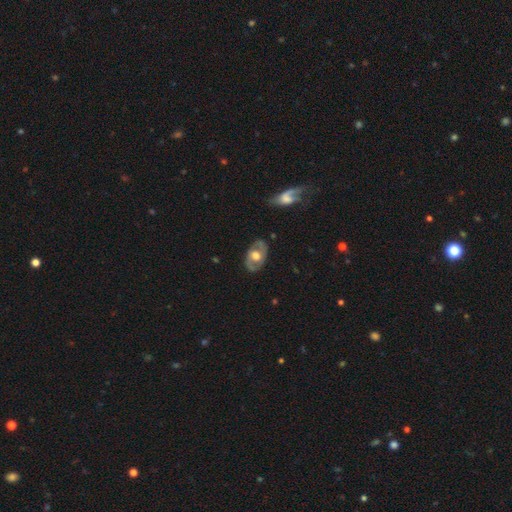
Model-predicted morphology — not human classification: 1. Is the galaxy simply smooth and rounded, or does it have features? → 61% featured or disk, 33% smooth, 6% star or artifact.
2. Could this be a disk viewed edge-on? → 91% no, 9% yes.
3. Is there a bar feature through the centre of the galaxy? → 72% no, 22% weak, 6% strong.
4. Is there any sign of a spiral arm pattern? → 52% yes, 48% no.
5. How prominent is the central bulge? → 52% moderate, 40% large, 4% small, 2% dominant, 1% none.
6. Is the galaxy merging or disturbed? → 80% none, 14% minor disturbance, 4% major disturbance, 1% merger.